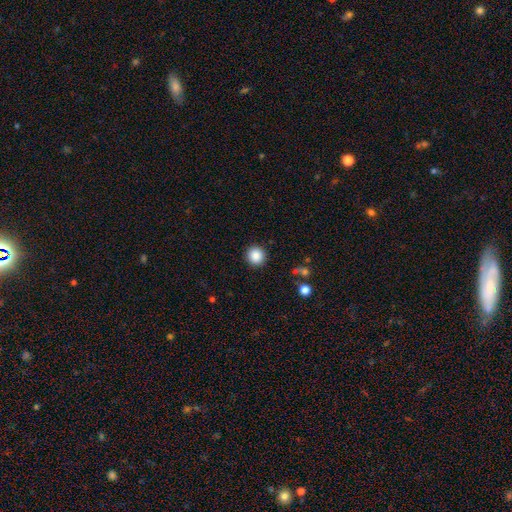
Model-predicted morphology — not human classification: A smooth galaxy with no disk features (87%) that is round (94%). Merging: none (91%).